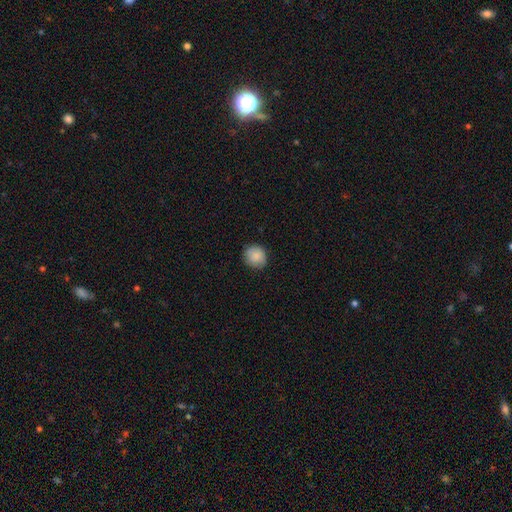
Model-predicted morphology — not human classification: Smooth or featured? smooth (87%)
How rounded? round (84%)
Merging? none (84%)